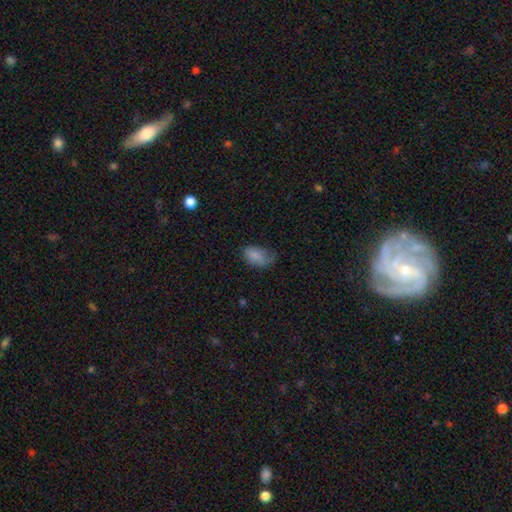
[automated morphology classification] Smooth or featured? Predicted: smooth (p=0.83). How rounded? Predicted: in between (p=0.92). Merging? Predicted: none (p=0.48).